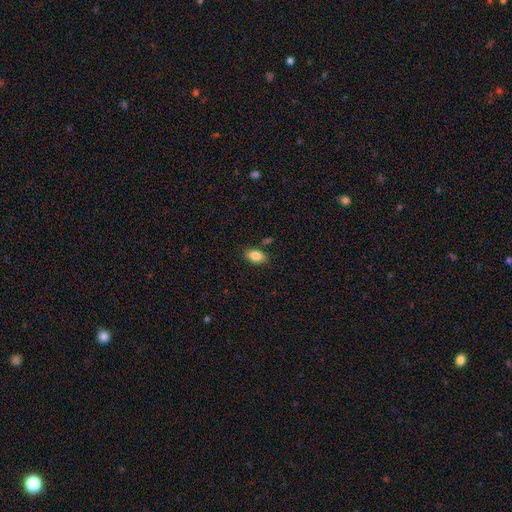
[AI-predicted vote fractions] A smooth galaxy with no disk features (84%) that is in between round and cigar-shaped (90%).

Vote fractions:
- Smooth or featured? smooth: 84% / star or artifact: 8% / featured or disk: 7%
- How rounded? in between: 90% / round: 8% / cigar-shaped: 2%
- Merging? none: 82% / minor disturbance: 12% / merger: 4% / major disturbance: 3%